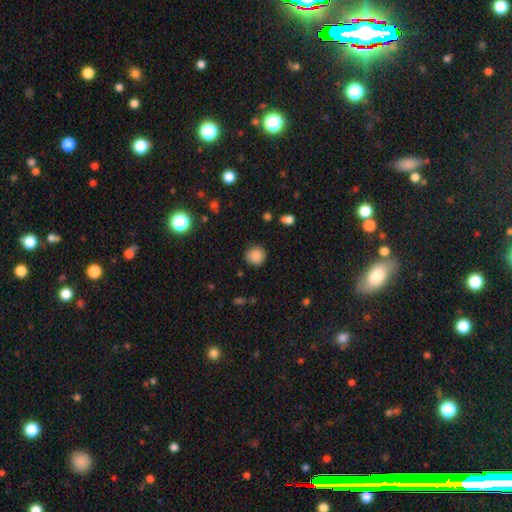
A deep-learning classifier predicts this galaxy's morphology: Q: Smooth or featured?
A: smooth (86%); runner-up: star or artifact (10%)
Q: How rounded?
A: round (91%); runner-up: in between (8%)
Q: Merging?
A: none (85%); runner-up: minor disturbance (11%)